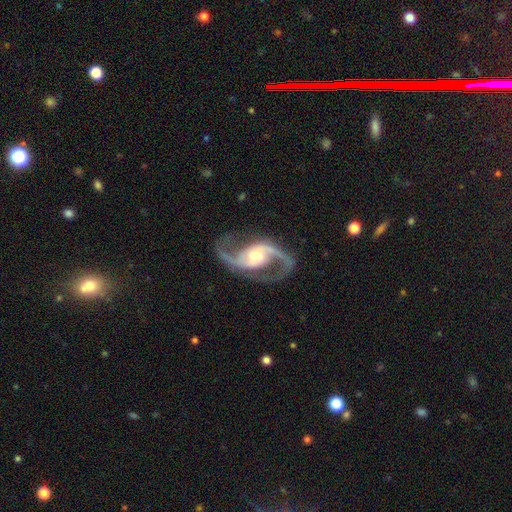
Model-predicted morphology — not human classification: This appears to be a featured or disk galaxy (93%) with a weak bar (43%), 2 (94%) medium (53%) spiral arms (98%) and a moderate central bulge (60%). Merging: none (81%).